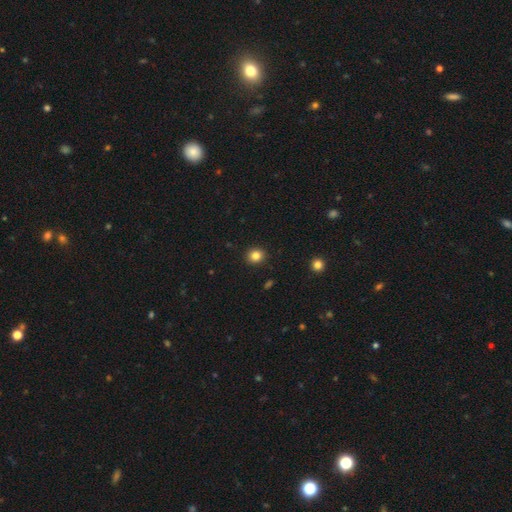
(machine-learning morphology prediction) type=smooth (83%); roundness=round (81%); merging=none (92%).